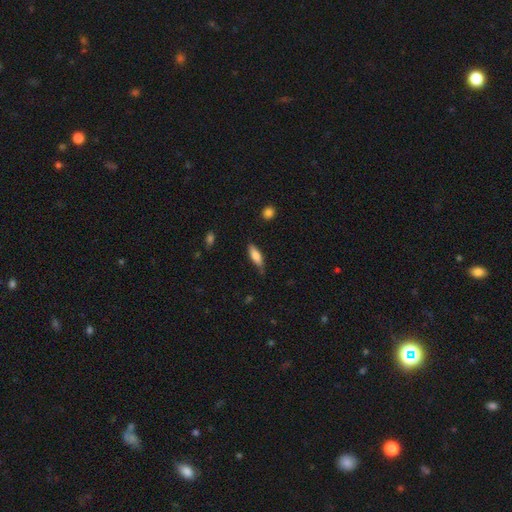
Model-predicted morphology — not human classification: smooth_or_featured: smooth (p=0.76) [alt: featured or disk p=0.17]
how_rounded: in between (p=0.56) [alt: cigar-shaped p=0.42]
merging: none (p=0.73) [alt: minor disturbance p=0.22]